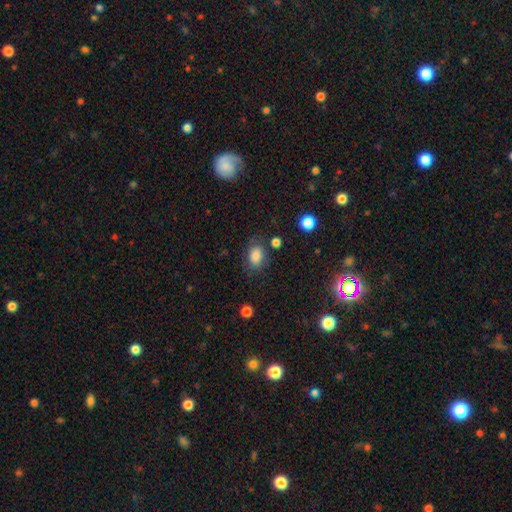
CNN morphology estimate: Q: Smooth or featured?
A: smooth (84%); runner-up: star or artifact (10%)
Q: How rounded?
A: in between (73%); runner-up: round (26%)
Q: Merging?
A: none (72%); runner-up: minor disturbance (18%)